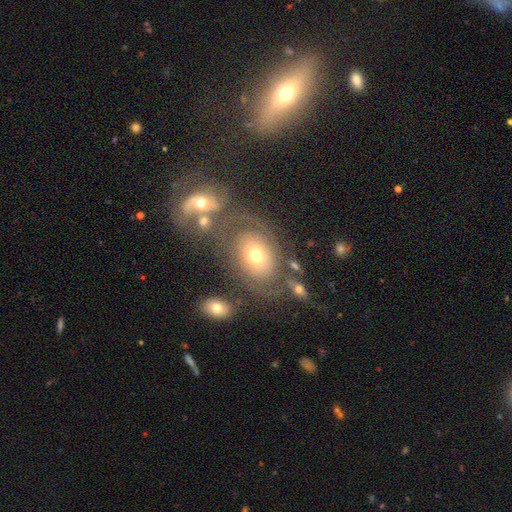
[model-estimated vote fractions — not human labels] This appears to be a featured or disk galaxy (55%) with no bar (81%), spiral arms (71%) and a moderate central bulge (60%). Merging: none (52%).